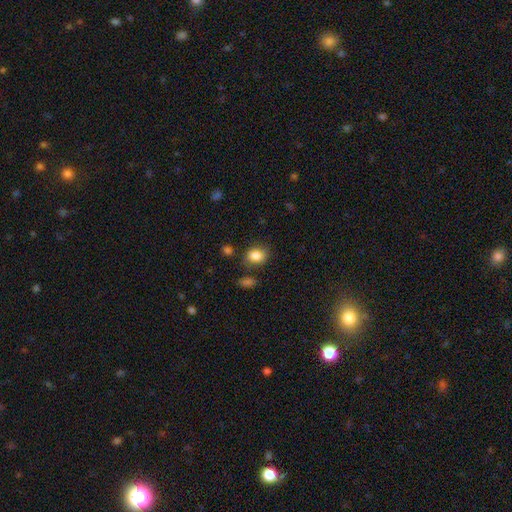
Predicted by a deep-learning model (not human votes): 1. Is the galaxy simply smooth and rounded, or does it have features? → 85% smooth, 9% star or artifact, 6% featured or disk.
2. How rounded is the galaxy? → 60% in between, 39% round, 1% cigar-shaped.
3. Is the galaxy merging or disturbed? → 75% none, 15% minor disturbance, 5% merger, 4% major disturbance.